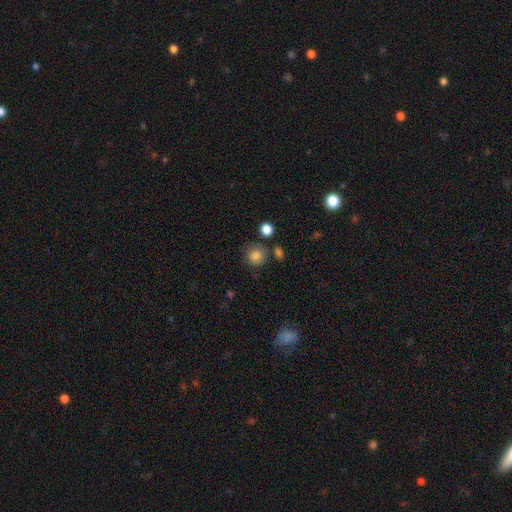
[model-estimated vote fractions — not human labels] This appears to be a smooth galaxy with no disk features (83%) that is round (88%). Merging: none (73%).